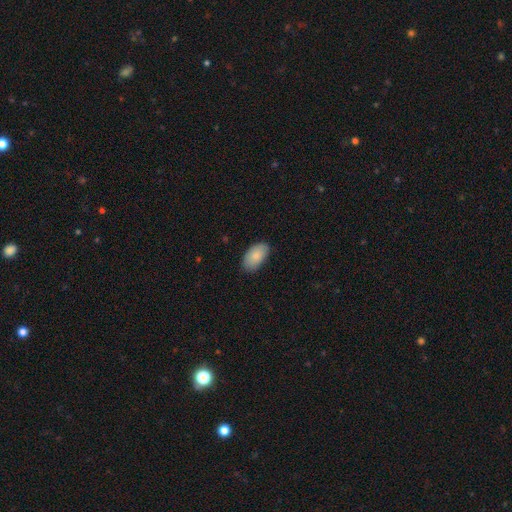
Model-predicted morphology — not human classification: A smooth galaxy with no disk features (84%) that is in between round and cigar-shaped (95%). Merging: none (83%).